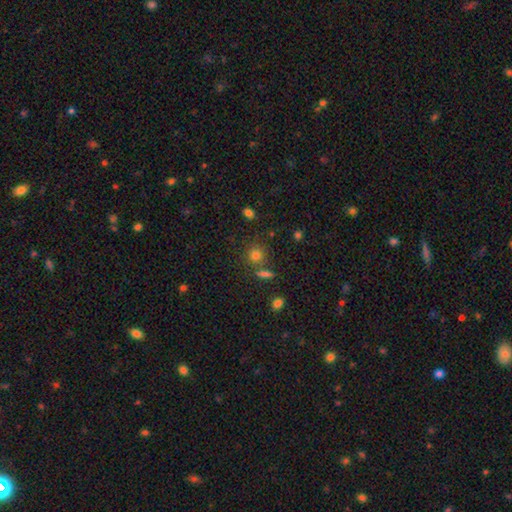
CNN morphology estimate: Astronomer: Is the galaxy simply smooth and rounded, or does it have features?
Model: smooth — 75%.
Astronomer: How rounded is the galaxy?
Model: round — 85%.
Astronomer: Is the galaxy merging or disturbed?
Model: none — 72%.